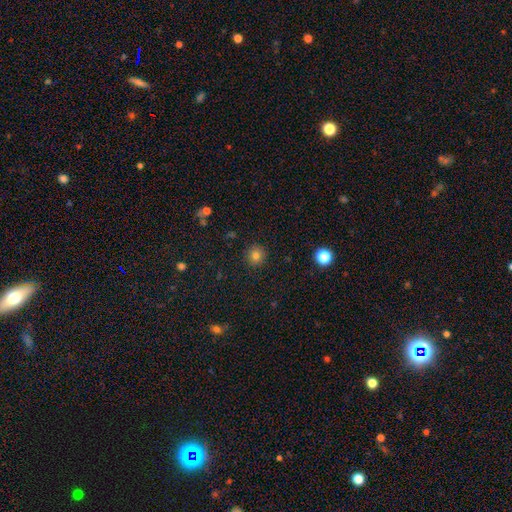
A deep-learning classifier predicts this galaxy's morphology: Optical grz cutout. It shows a smooth galaxy with no disk features (79%) that is round (91%). Merging: none (90%).